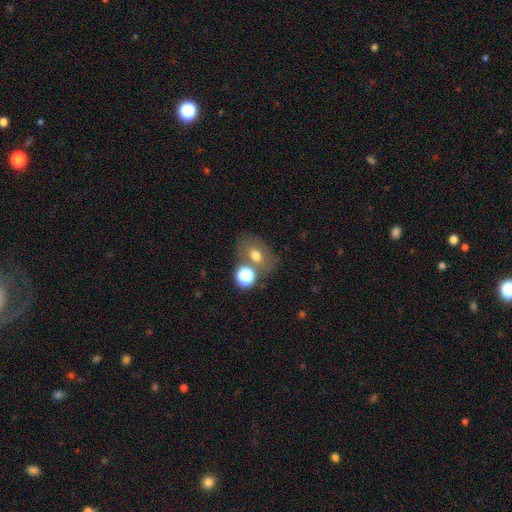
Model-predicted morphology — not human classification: This appears to be a smooth galaxy with no disk features (65%) that is in between round and cigar-shaped (66%). Merging: none (58%).